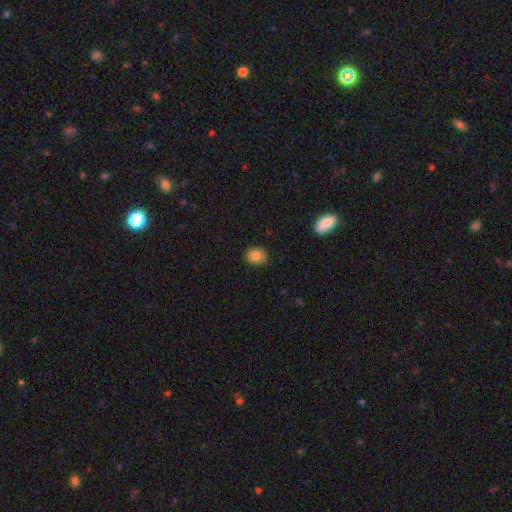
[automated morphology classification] Smooth or featured? smooth (84%)
How rounded? round (66%)
Merging? none (81%)